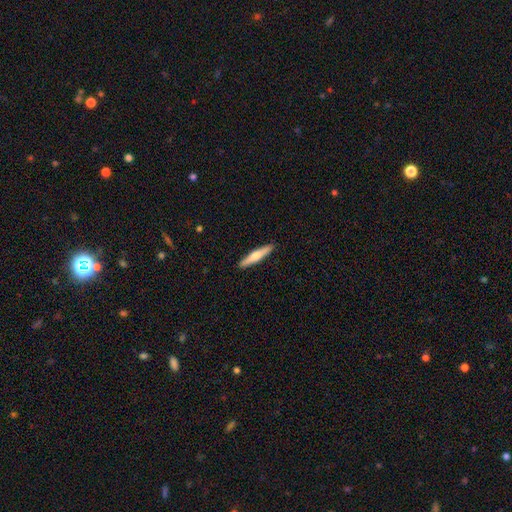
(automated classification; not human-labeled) Smooth or featured? Predicted: smooth (p=0.57). How rounded? Predicted: cigar-shaped (p=0.90). Merging? Predicted: none (p=0.92).